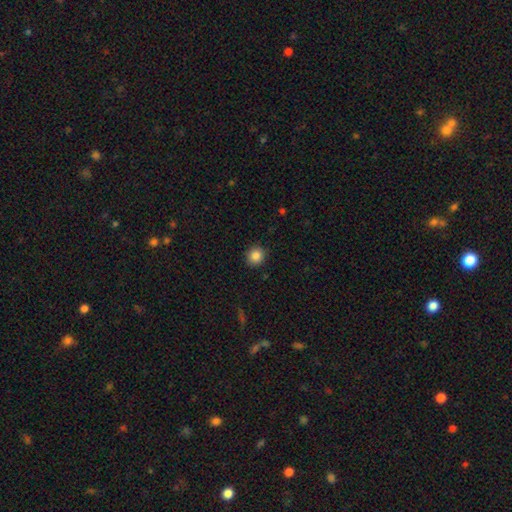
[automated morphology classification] A smooth galaxy with no disk features (86%) that is round (89%). Merging: none (91%).